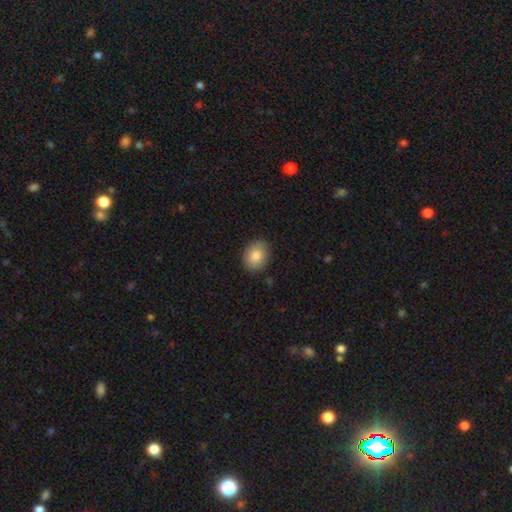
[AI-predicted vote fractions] Smooth or featured? Predicted: smooth (p=0.84). How rounded? Predicted: in between (p=0.58). Merging? Predicted: none (p=0.87).